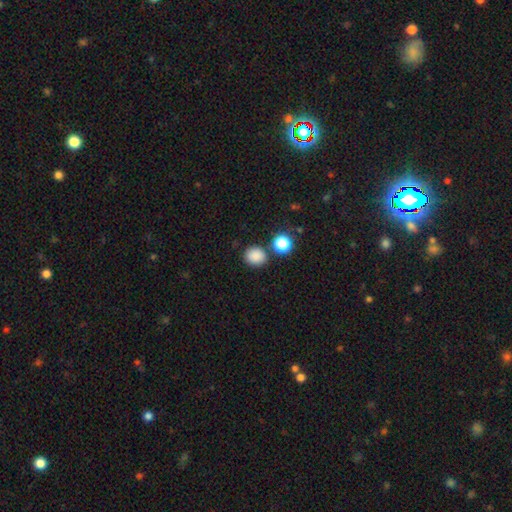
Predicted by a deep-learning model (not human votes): Smooth or featured?
  - smooth: 85% *
  - star or artifact: 12%
  - featured or disk: 4%
How rounded?
  - round: 81% *
  - in between: 18%
  - cigar-shaped: 1%
Merging?
  - none: 80% *
  - minor disturbance: 9%
  - merger: 8%
  - major disturbance: 3%